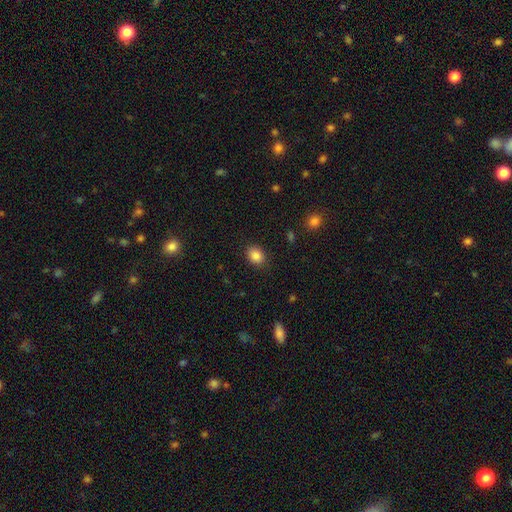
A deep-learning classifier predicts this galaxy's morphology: Smooth or featured?
  - smooth: 86% *
  - star or artifact: 10%
  - featured or disk: 5%
How rounded?
  - in between: 54% *
  - round: 45%
  - cigar-shaped: 1%
Merging?
  - none: 87% *
  - minor disturbance: 9%
  - major disturbance: 3%
  - merger: 1%